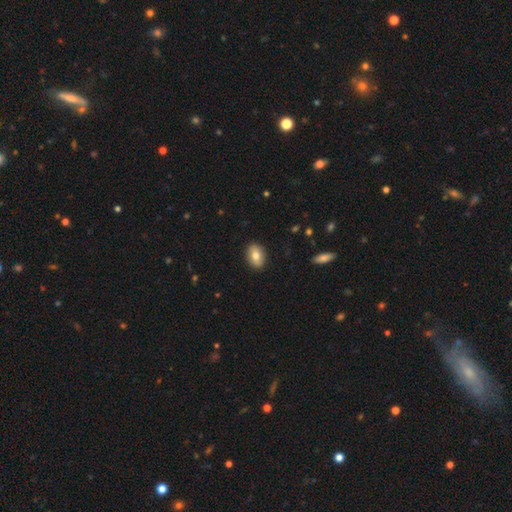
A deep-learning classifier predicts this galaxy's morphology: The model was most divided on "smooth or featured": smooth: 77%, featured or disk: 15%, star or artifact: 7%. More confident: merging — none (89%); how rounded — in between (85%).